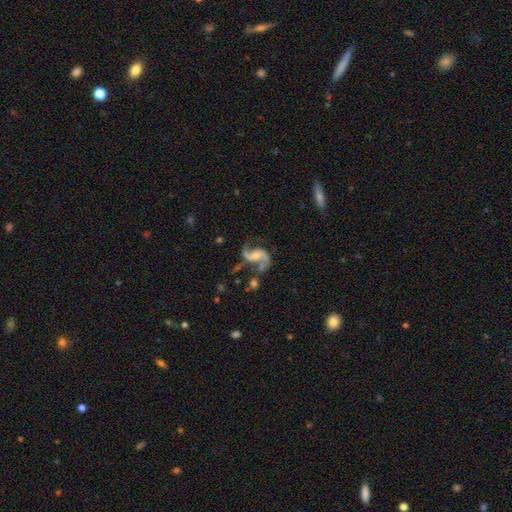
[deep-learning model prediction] Overall: featured or disk (89%). Edge-on disk: no (98%). Bar: no (53%; weak 35%). Spiral arms: yes (97%). Spiral arm count: 2 (92%). Spiral winding: loose (61%; medium 33%). Bulge size: small (45%; moderate 44%). Merging: none (59%).